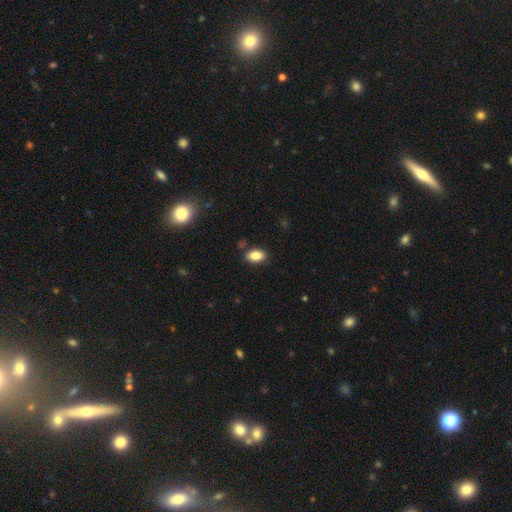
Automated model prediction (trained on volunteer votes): A smooth galaxy with no disk features (85%) that is in between round and cigar-shaped (87%).

Vote fractions:
- Smooth or featured? smooth: 85% / star or artifact: 9% / featured or disk: 7%
- How rounded? in between: 87% / round: 11% / cigar-shaped: 2%
- Merging? none: 85% / minor disturbance: 10% / merger: 3% / major disturbance: 2%